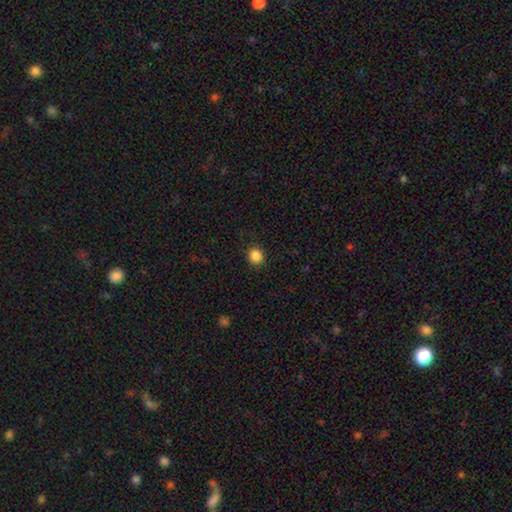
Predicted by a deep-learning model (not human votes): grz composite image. It shows a smooth galaxy with no disk features (86%) that is round (89%). Merging: none (91%).